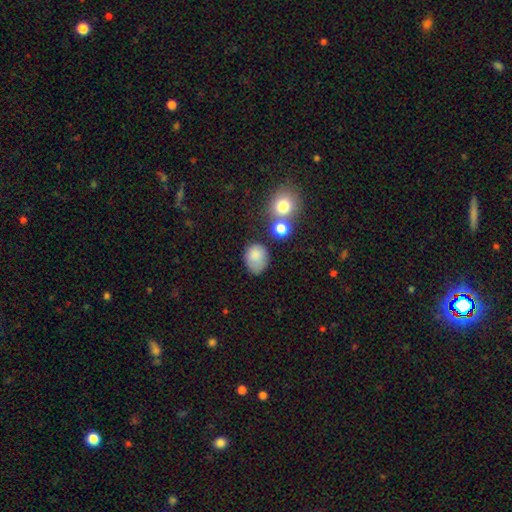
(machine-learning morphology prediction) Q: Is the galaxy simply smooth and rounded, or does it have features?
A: smooth — 81%.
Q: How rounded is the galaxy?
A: in between — 56%.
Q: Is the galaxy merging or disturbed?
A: none — 54%.